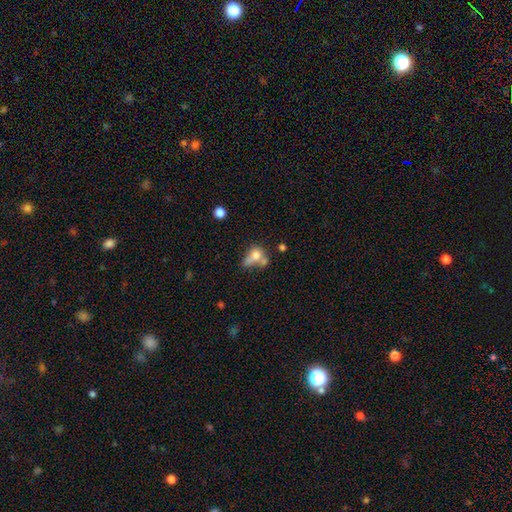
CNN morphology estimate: Smooth or featured? Predicted: smooth (p=0.69). How rounded? Predicted: round (p=0.50). Merging? Predicted: merger (p=0.45).